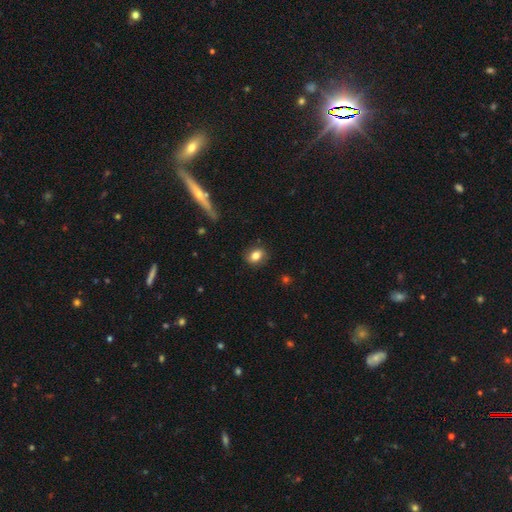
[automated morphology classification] This is clearly a smooth galaxy (81%). How rounded: possibly in between (59%). Merging: clearly none (84%).